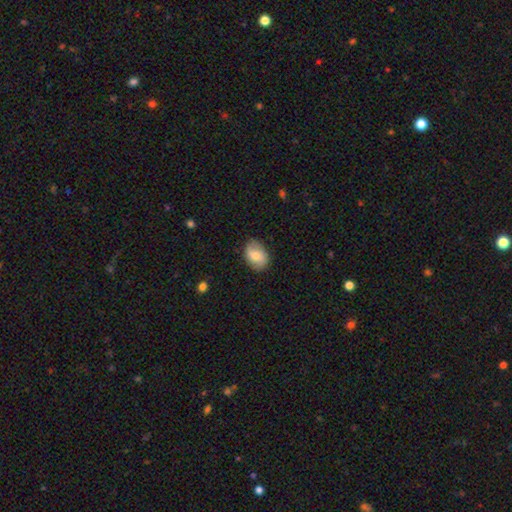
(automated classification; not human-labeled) Smooth or featured? Predicted: smooth (p=0.66). How rounded? Predicted: in between (p=0.76). Merging? Predicted: none (p=0.80).